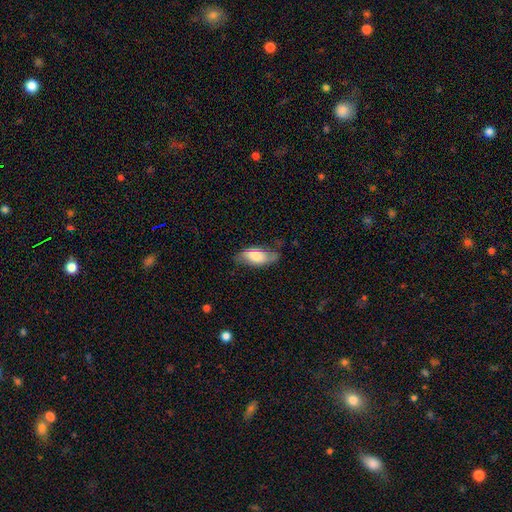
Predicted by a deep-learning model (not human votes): A smooth galaxy with no disk features (62%) that is in between round and cigar-shaped (84%). Merging: none (59%).